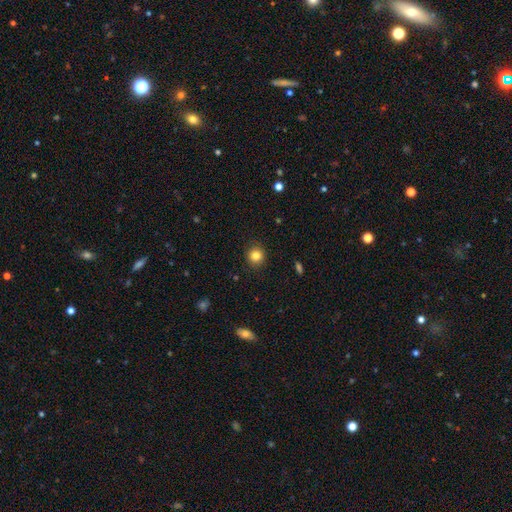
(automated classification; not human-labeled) Overall: smooth (84%). How rounded: round (91%). Merging: none (90%).